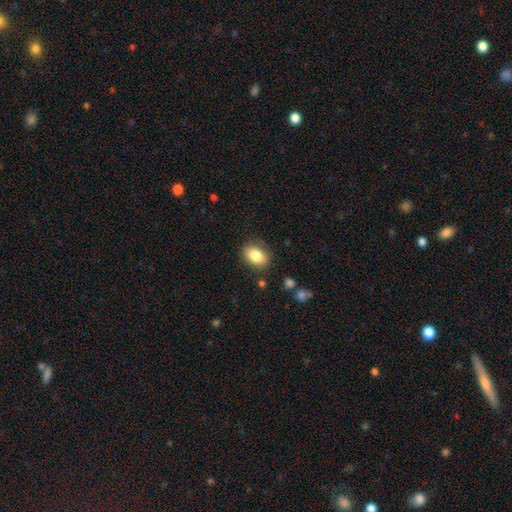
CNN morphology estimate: Overall: smooth (84%). How rounded: in between (80%). Merging: none (84%).